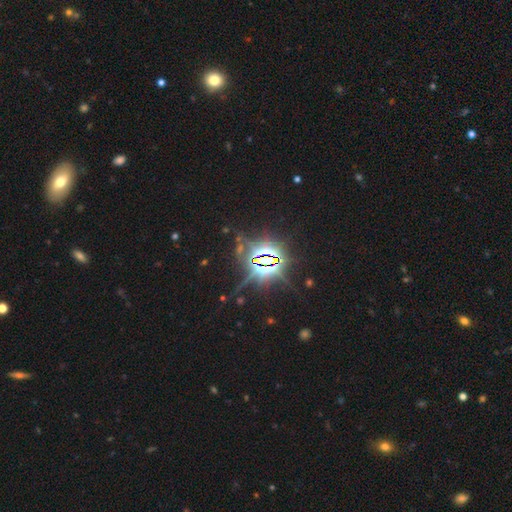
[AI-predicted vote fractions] Overall: star or artifact (85%).